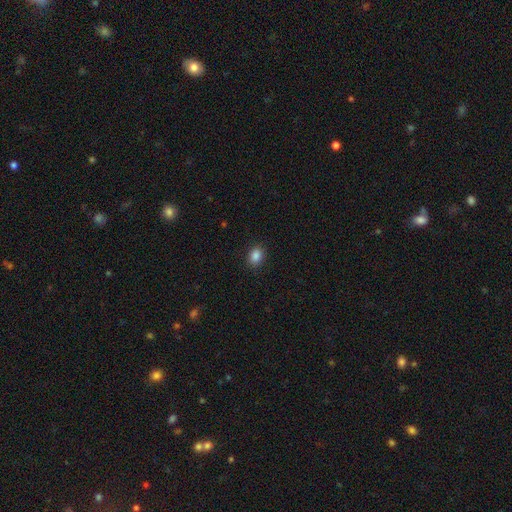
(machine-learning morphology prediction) Smooth or featured: smooth — 87% (star or artifact — 10%)
How rounded: in between — 60% (round — 39%)
Merging: none — 89% (minor disturbance — 8%)